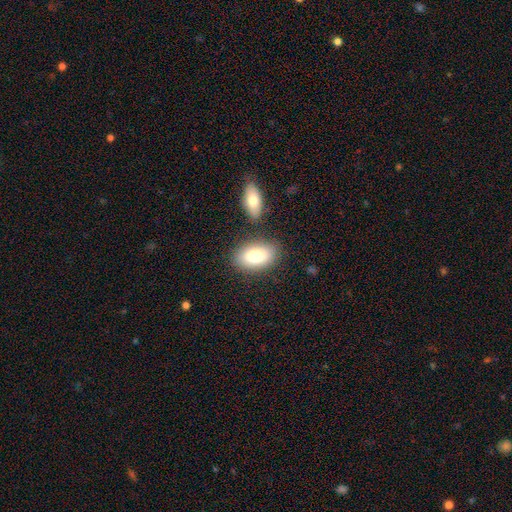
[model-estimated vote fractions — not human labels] This is likely a smooth galaxy (80%). How rounded: clearly in between (90%). Merging: likely none (76%).